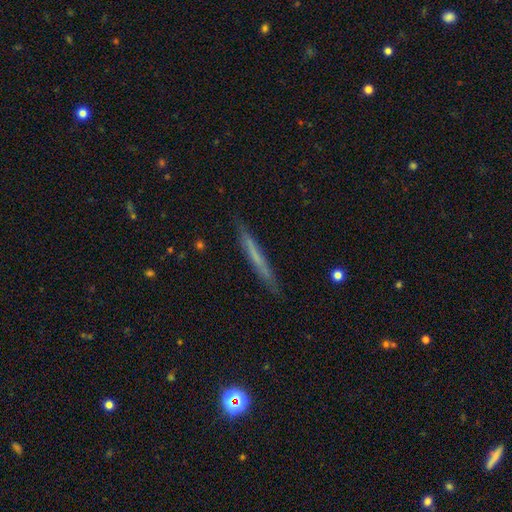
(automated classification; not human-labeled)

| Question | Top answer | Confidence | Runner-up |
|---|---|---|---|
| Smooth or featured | smooth | 52% | featured or disk (41%) |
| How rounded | cigar-shaped | 96% | in between (2%) |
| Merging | none | 87% | minor disturbance (10%) |